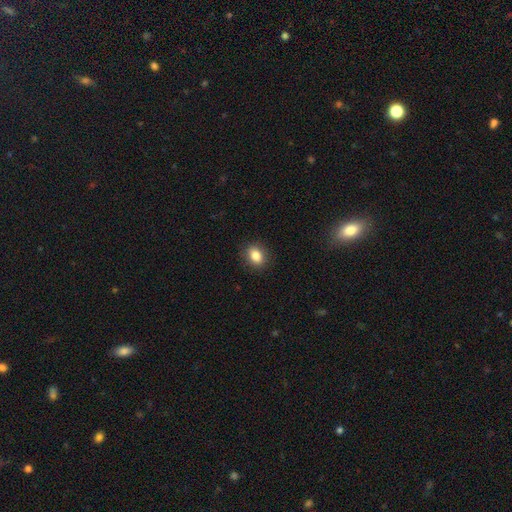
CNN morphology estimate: type=smooth (84%); roundness=in between (62%); merging=none (89%).